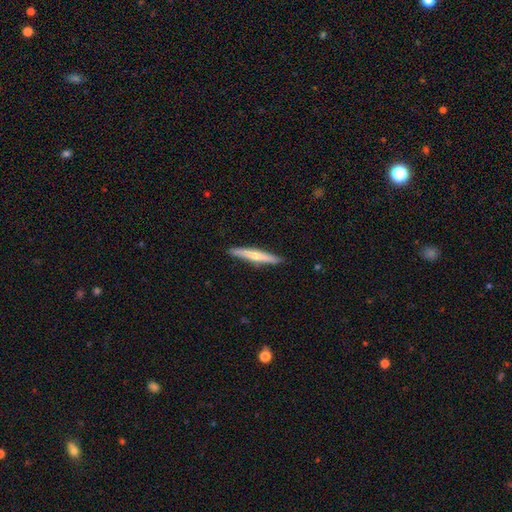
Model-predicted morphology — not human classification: Smooth or featured?
  - smooth: 47% * (tied)
  - featured or disk: 47% * (tied)
  - star or artifact: 6%
Merging?
  - none: 89% *
  - minor disturbance: 8%
  - major disturbance: 1%
  - merger: 1%